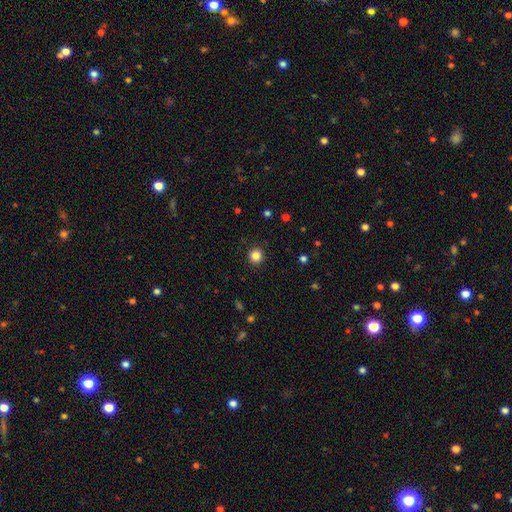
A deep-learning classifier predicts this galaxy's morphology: Smooth or featured?
  - smooth: 84% *
  - star or artifact: 12%
  - featured or disk: 4%
How rounded?
  - round: 92% *
  - in between: 7%
  - cigar-shaped: 1%
Merging?
  - none: 92% *
  - minor disturbance: 5%
  - major disturbance: 2%
  - merger: 1%